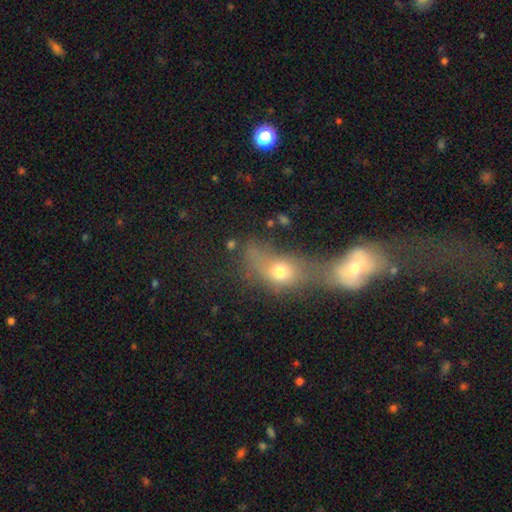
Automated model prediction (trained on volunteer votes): This appears to be a smooth galaxy with no disk features (62%) that is in between round and cigar-shaped (57%). Merging: merger (68%).